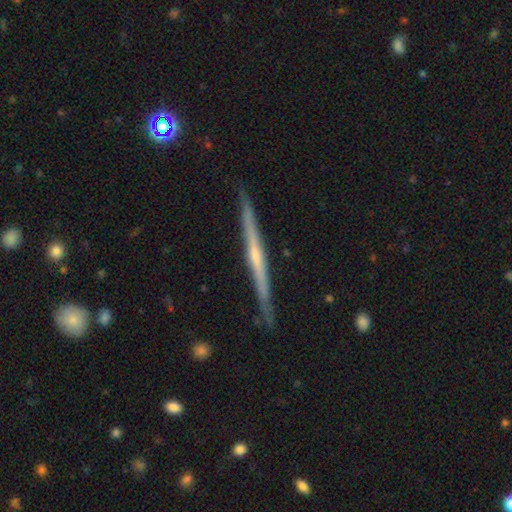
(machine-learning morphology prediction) Smooth or featured: featured or disk — 76% (smooth — 18%)
Edge-on disk: yes — 98% (no — 2%)
Edge-on bulge: rounded — 50% (none — 44%)
Merging: none — 89% (minor disturbance — 9%)